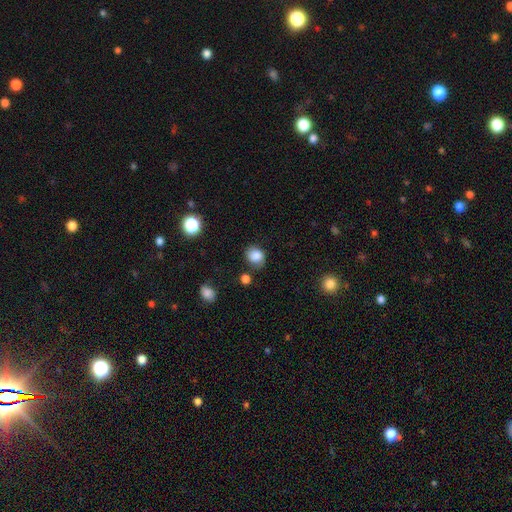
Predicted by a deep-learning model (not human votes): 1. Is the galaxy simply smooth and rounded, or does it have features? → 83% smooth, 10% star or artifact, 7% featured or disk.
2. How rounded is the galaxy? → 62% round, 37% in between, 1% cigar-shaped.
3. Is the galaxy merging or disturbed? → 68% none, 22% minor disturbance, 6% major disturbance, 5% merger.